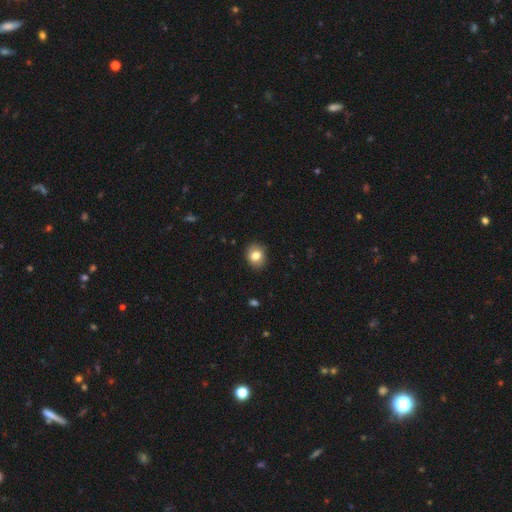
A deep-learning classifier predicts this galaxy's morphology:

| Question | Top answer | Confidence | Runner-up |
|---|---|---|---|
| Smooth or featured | smooth | 81% | featured or disk (10%) |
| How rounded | round | 61% | in between (38%) |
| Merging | none | 88% | minor disturbance (9%) |